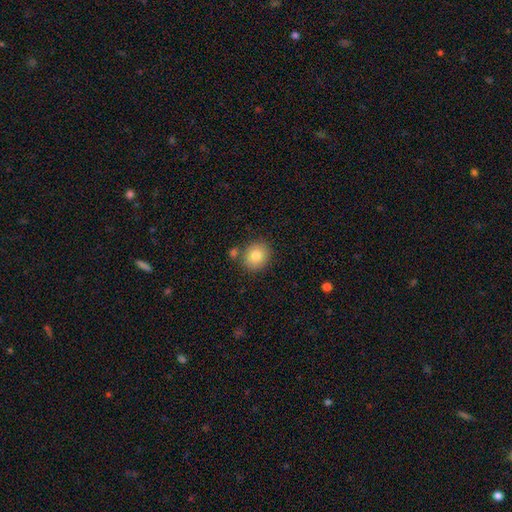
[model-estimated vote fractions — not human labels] The model was most divided on "how rounded": round: 79%, in between: 20%, cigar-shaped: 1%. More confident: smooth or featured — smooth (81%); merging — none (77%).